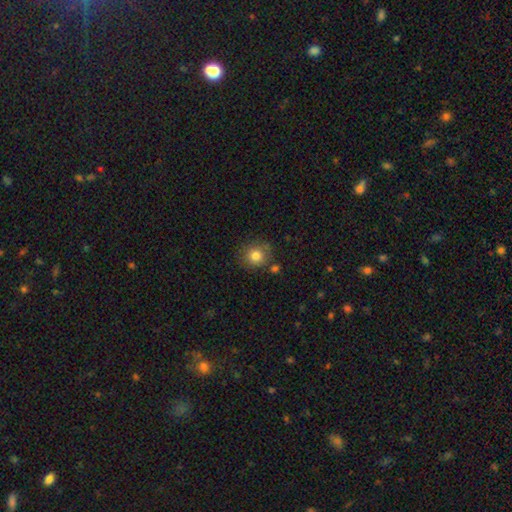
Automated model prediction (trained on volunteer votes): smooth 82%, star or artifact 11%, featured or disk 8%. Down the decision tree: how rounded — round (89%); merging — none (78%).